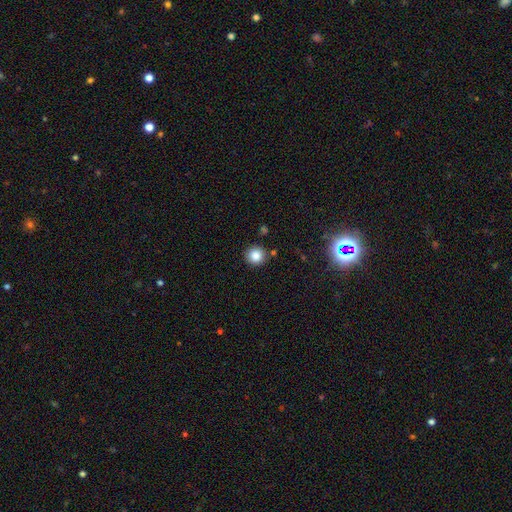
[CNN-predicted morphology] A smooth galaxy with no disk features (84%) that is round (93%).

Vote fractions:
- Smooth or featured? smooth: 84% / star or artifact: 11% / featured or disk: 5%
- How rounded? round: 93% / in between: 6% / cigar-shaped: 1%
- Merging? none: 88% / minor disturbance: 7% / merger: 3% / major disturbance: 2%